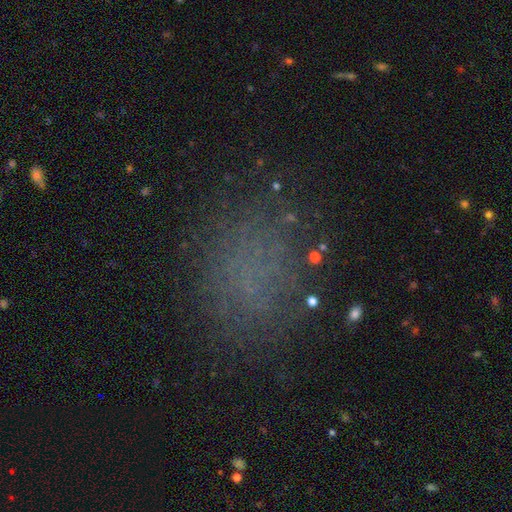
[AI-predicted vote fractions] smooth 56%, star or artifact 28%, featured or disk 16%. Down the decision tree: how rounded — round (52%); merging — none (76%).